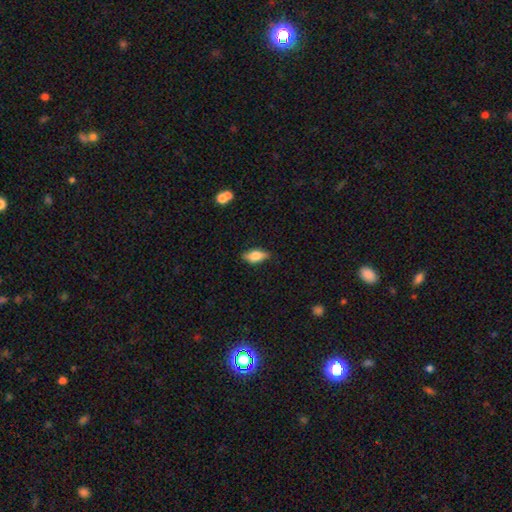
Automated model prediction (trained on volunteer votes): smooth 76%, featured or disk 17%, star or artifact 7%. Down the decision tree: how rounded — in between (86%); merging — none (80%).